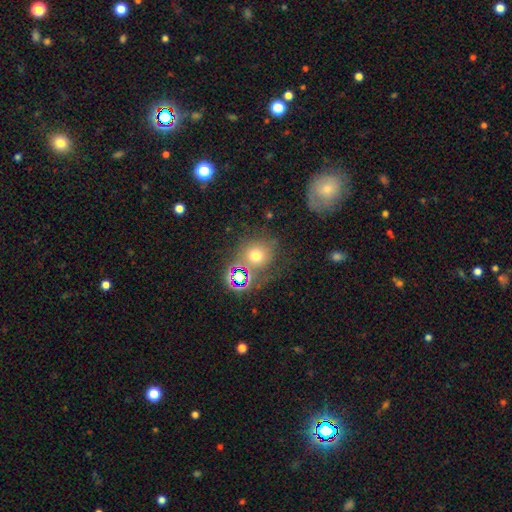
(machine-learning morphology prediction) Overall: smooth (59%; star or artifact 27%). How rounded: round (85%). Merging: none (61%).